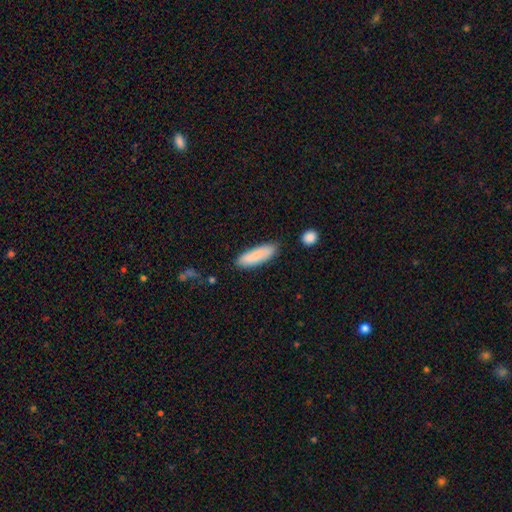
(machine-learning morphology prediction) type=smooth (87%); roundness=cigar-shaped (51%); merging=none (82%).